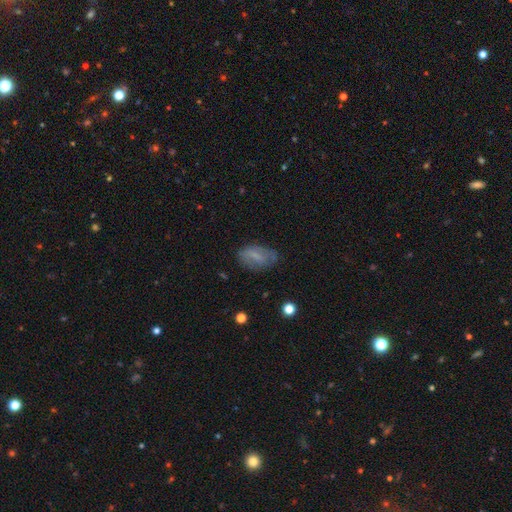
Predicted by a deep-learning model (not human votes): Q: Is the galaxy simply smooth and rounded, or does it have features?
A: smooth — 59%.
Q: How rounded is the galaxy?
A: in between — 89%.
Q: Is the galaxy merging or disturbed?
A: none — 65%.